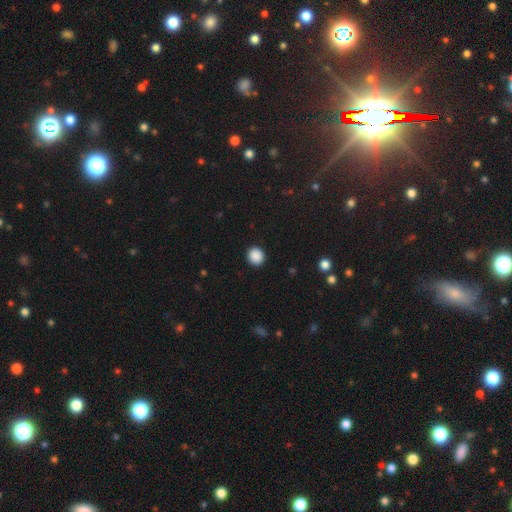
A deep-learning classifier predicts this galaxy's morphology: type=smooth (89%); roundness=round (90%); merging=none (93%).